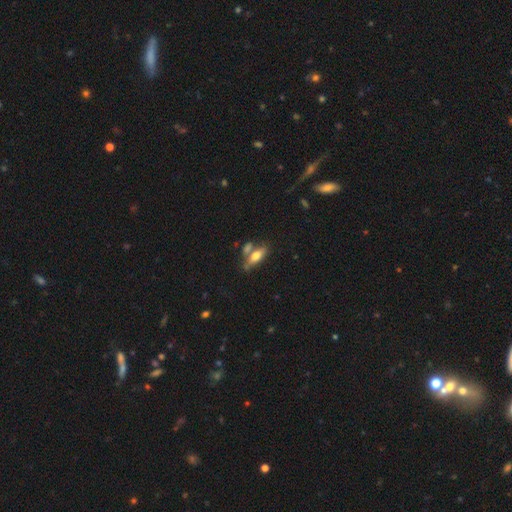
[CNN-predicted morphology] This appears to be a smooth galaxy with no disk features (62%) that is in between round and cigar-shaped (65%). Merging: none (53%).